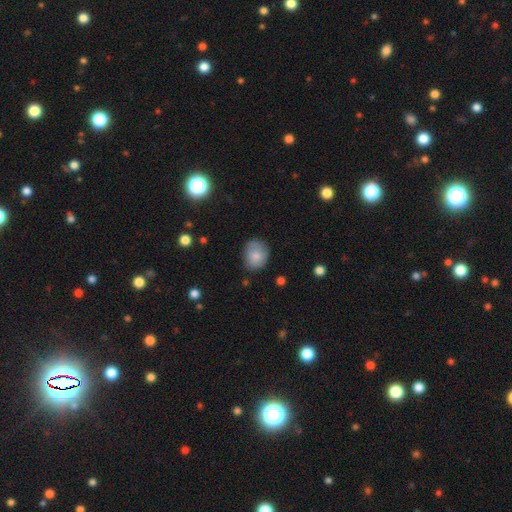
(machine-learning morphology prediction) Smooth or featured?
  - smooth: 80% *
  - featured or disk: 12%
  - star or artifact: 8%
How rounded?
  - round: 60% *
  - in between: 39%
  - cigar-shaped: 1%
Merging?
  - none: 72% *
  - minor disturbance: 22%
  - major disturbance: 5%
  - merger: 2%